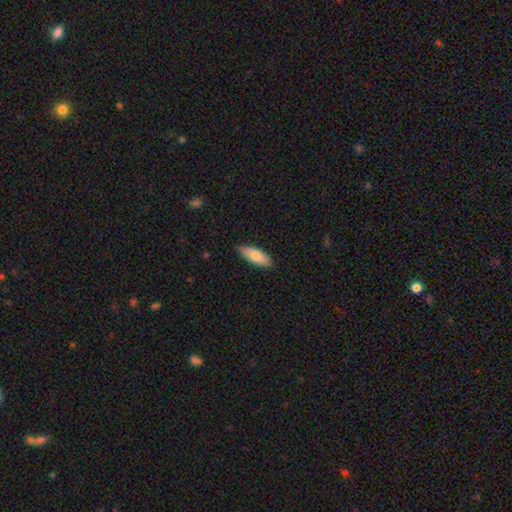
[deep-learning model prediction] smooth_or_featured: smooth (p=0.80) [alt: featured or disk p=0.15]
how_rounded: in between (p=0.74) [alt: cigar-shaped p=0.25]
merging: none (p=0.88) [alt: minor disturbance p=0.10]